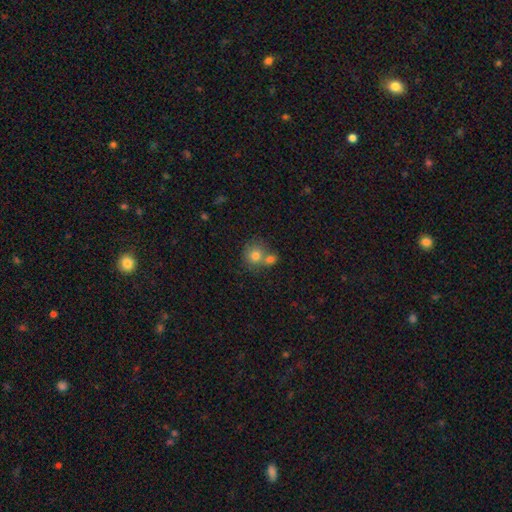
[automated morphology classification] A smooth galaxy with no disk features (78%) that is round (81%). Merging: merger (49%).